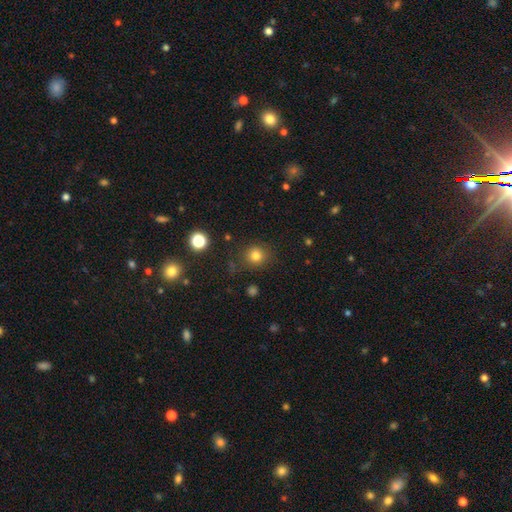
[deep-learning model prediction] Morphology: type=smooth (80%); roundness=round (89%); merging=none (84%).